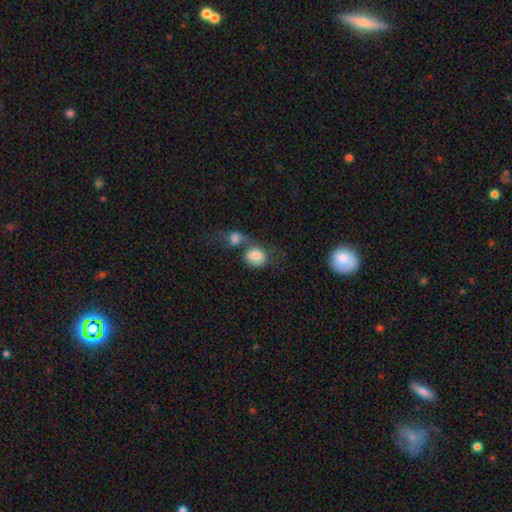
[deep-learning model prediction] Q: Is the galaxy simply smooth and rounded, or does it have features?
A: smooth — 76%.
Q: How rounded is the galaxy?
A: round — 71%.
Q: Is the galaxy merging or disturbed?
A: merger — 58%.